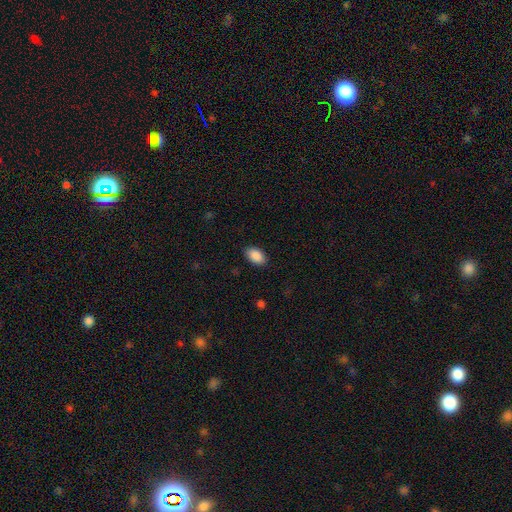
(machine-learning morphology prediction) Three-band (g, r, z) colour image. It shows a smooth galaxy with no disk features (90%) that is in between round and cigar-shaped (91%). Merging: none (87%).